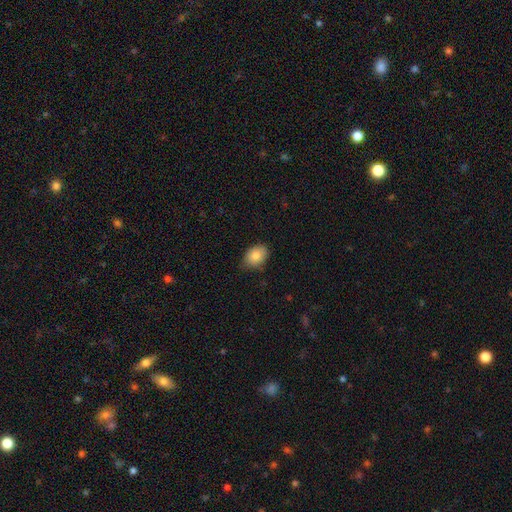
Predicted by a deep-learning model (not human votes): Morphology: type=smooth (85%); roundness=in between (78%); merging=none (77%).